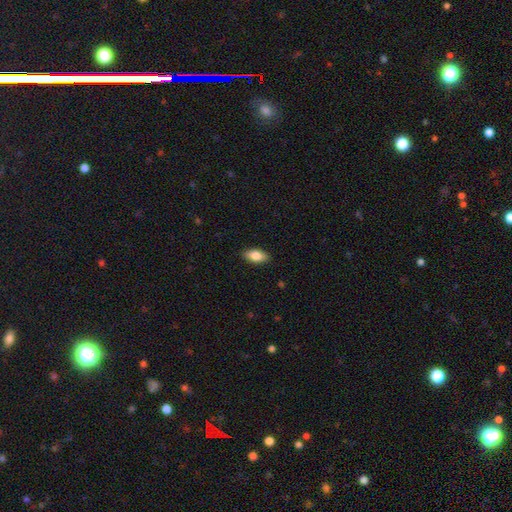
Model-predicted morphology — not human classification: smooth_or_featured: smooth (p=0.81) [alt: featured or disk p=0.12]
how_rounded: in between (p=0.90) [alt: cigar-shaped p=0.07]
merging: none (p=0.89) [alt: minor disturbance p=0.08]